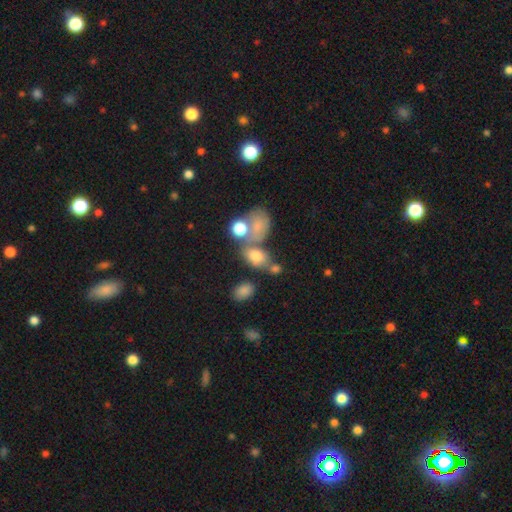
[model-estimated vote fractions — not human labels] Smooth or featured?
  - smooth: 70% *
  - featured or disk: 16%
  - star or artifact: 14%
How rounded?
  - in between: 77% *
  - round: 21%
  - cigar-shaped: 2%
Merging?
  - merger: 39% *
  - none: 36%
  - minor disturbance: 15%
  - major disturbance: 10%